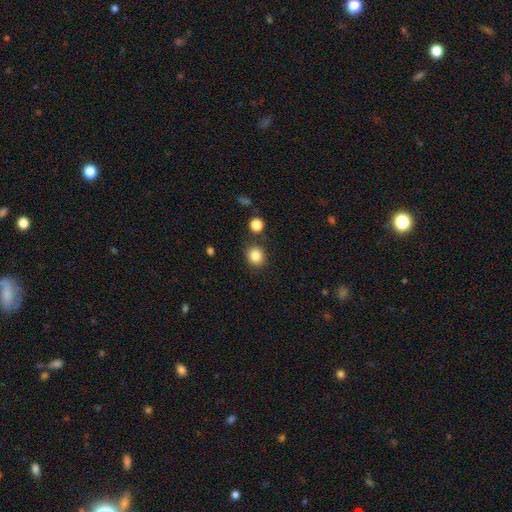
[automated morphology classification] A smooth galaxy with no disk features (83%) that is round (81%). Merging: none (85%).